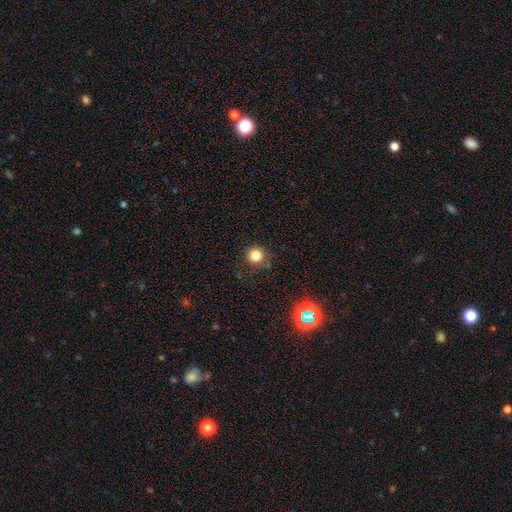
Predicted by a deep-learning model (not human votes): A smooth galaxy with no disk features (81%) that is round (94%). Merging: none (83%).